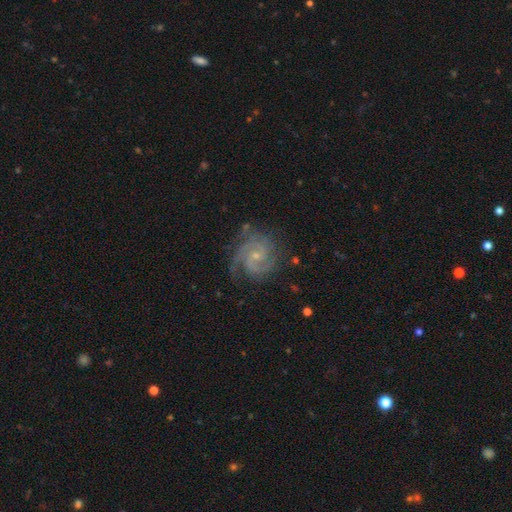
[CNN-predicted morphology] A featured or disk galaxy (91%) with no bar (60%), 2 (48%) tight (59%) spiral arms (98%) and a small central bulge (73%).

Vote fractions:
- Smooth or featured? featured or disk: 91% / star or artifact: 5% / smooth: 4%
- Edge-on disk? no: 98% / yes: 2%
- Bar? no: 60% / weak: 33% / strong: 7%
- Spiral arms? yes: 98% / no: 2%
- Spiral winding? tight: 59% / medium: 36% / loose: 5%
- Spiral arm count? 2: 48% / 3: 30% / can't tell: 8% / 4: 6% / 1: 4% / more than 4: 4%
- Bulge size? small: 73% / moderate: 22% / none: 3% / large: 1% / dominant: 1%
- Merging? none: 74% / minor disturbance: 18% / major disturbance: 7% / merger: 2%